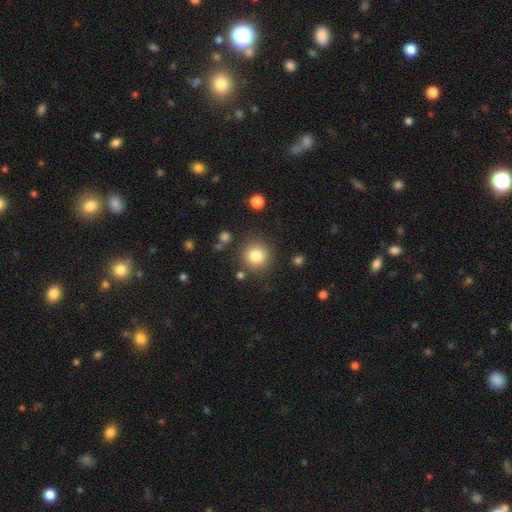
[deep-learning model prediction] smooth-or-featured: smooth: 81% | star or artifact: 11% | featured or disk: 8%
  how-rounded: round: 94% | in between: 5% | cigar-shaped: 1%
  merging: none: 85% | minor disturbance: 8% | major disturbance: 4% | merger: 3%